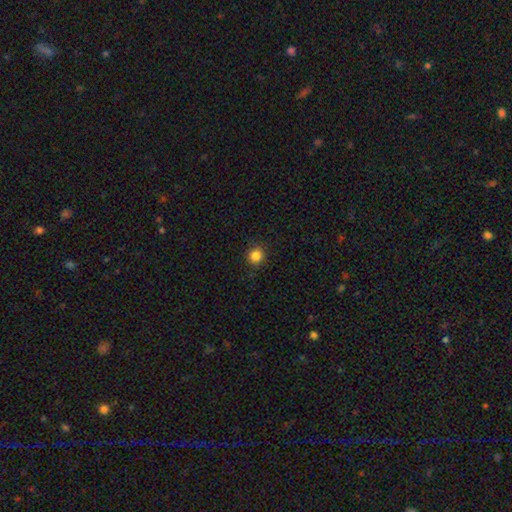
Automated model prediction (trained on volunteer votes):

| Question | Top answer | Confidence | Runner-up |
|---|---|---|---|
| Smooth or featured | smooth | 85% | star or artifact (12%) |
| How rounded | round | 92% | in between (7%) |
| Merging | none | 90% | minor disturbance (7%) |